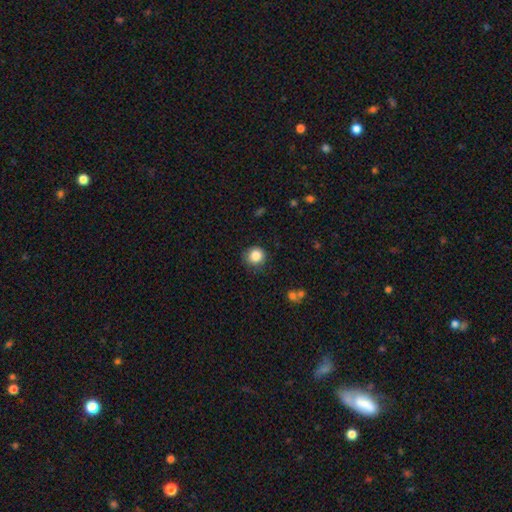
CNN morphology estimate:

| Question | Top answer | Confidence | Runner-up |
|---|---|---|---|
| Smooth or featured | smooth | 86% | star or artifact (10%) |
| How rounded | round | 90% | in between (9%) |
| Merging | none | 79% | minor disturbance (15%) |